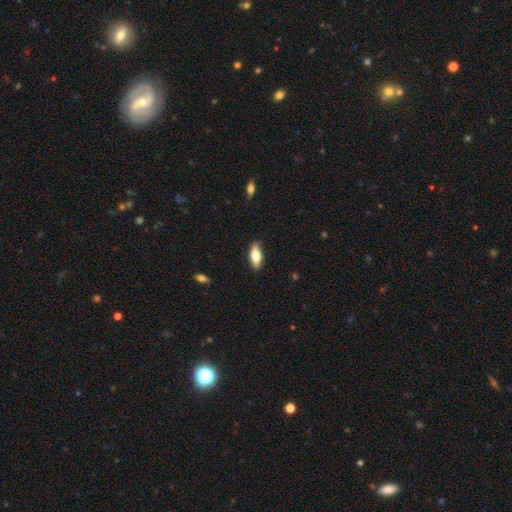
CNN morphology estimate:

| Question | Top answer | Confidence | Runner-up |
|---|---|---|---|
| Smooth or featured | smooth | 68% | featured or disk (26%) |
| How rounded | in between | 67% | cigar-shaped (31%) |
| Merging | none | 86% | minor disturbance (11%) |